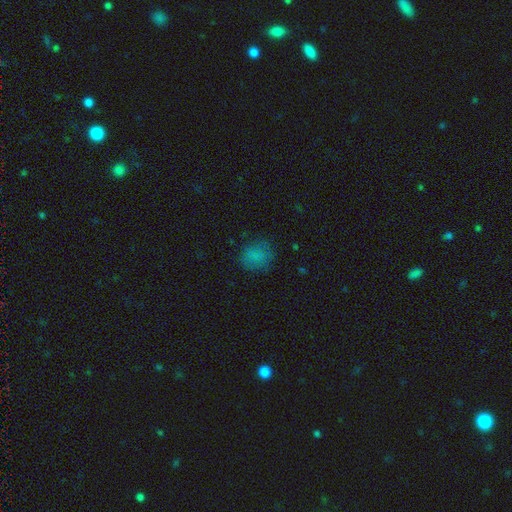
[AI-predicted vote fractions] smooth-or-featured: smooth: 76% | star or artifact: 15% | featured or disk: 9%
  how-rounded: round: 71% | in between: 28% | cigar-shaped: 1%
  merging: none: 73% | minor disturbance: 19% | major disturbance: 7% | merger: 1%